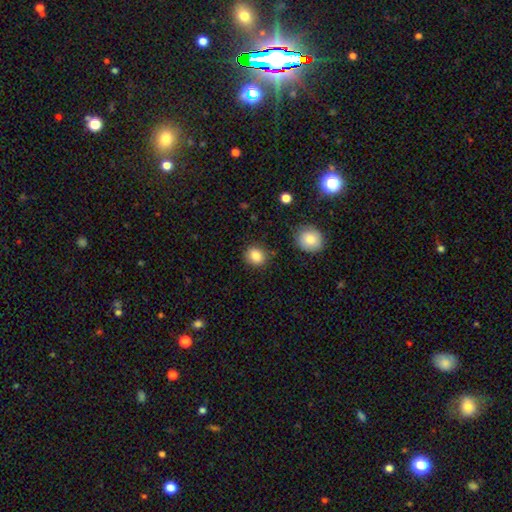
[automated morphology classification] Smooth or featured? Predicted: smooth (p=0.86). How rounded? Predicted: round (p=0.71). Merging? Predicted: none (p=0.83).